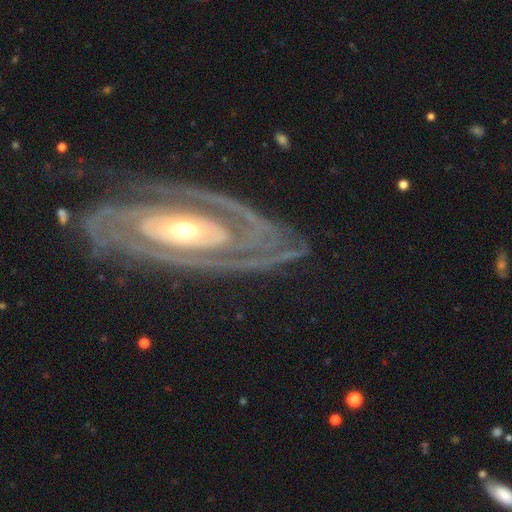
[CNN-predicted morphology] smooth-or-featured: featured or disk: 90% | smooth: 6% | star or artifact: 5%
  disk-edge-on: no: 92% | yes: 8%
    bar: no: 59% | weak: 21% | strong: 20%
    has-spiral-arms: yes: 93% | no: 7%
      spiral-winding: tight: 73% | medium: 22% | loose: 5%
      spiral-arm-count: 2: 48% | can't tell: 20% | 3: 14% | 4: 7% | 1: 6% | more than 4: 6%
    bulge-size: moderate: 48% | small: 44% | large: 6% | dominant: 1% | none: 1%
  merging: none: 78% | minor disturbance: 14% | major disturbance: 7% | merger: 2%